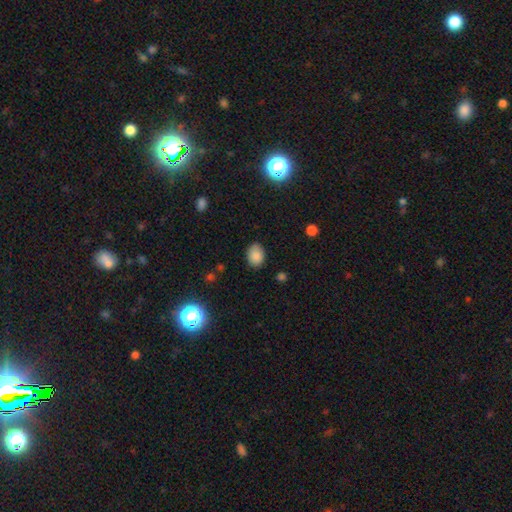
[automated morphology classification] The model was most divided on "how rounded": in between: 67%, round: 32%, cigar-shaped: 1%. More confident: smooth or featured — smooth (84%); merging — none (78%).